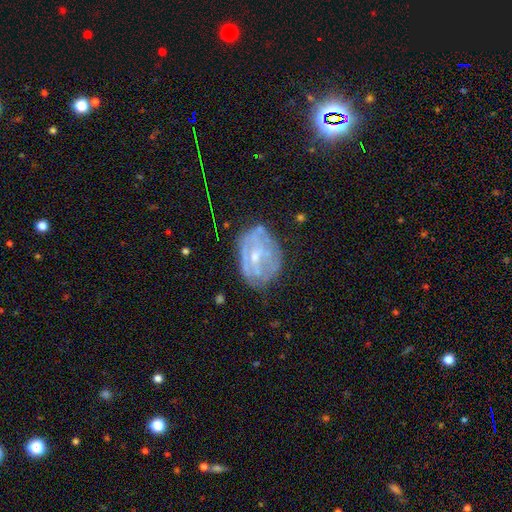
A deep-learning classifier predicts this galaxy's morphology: featured or disk 69%, smooth 23%, star or artifact 9%. Down the decision tree: edge-on disk — no (97%); bar — no (52%); spiral arms — no (55%); bulge size — small (57%); merging — none (58%).